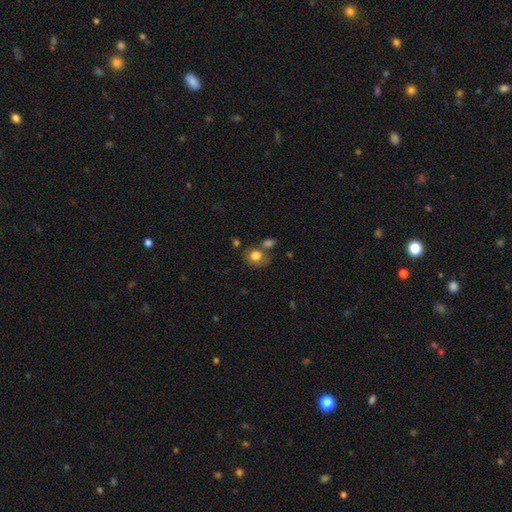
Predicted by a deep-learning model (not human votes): This appears to be a smooth galaxy with no disk features (80%) that is round (62%). Merging: none (55%).